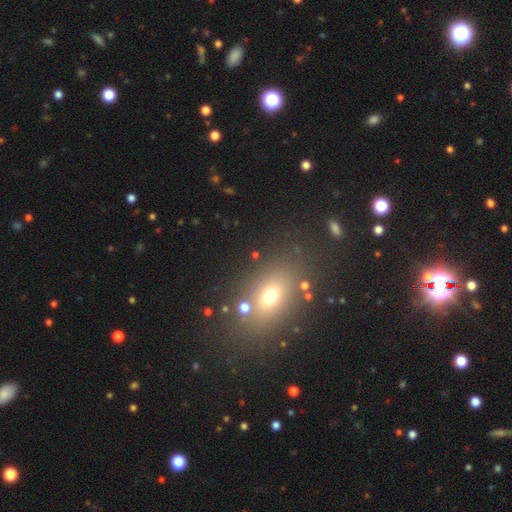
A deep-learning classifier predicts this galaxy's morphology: Smooth or featured? smooth (61%)
How rounded? in between (67%)
Merging? none (79%)